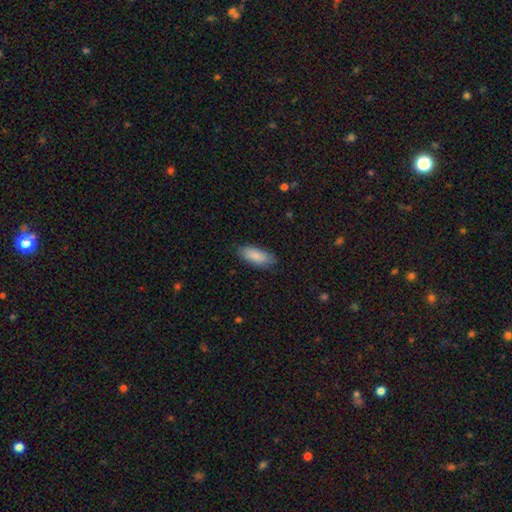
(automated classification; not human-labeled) A smooth galaxy with no disk features (87%) that is in between round and cigar-shaped (79%). Merging: none (83%).